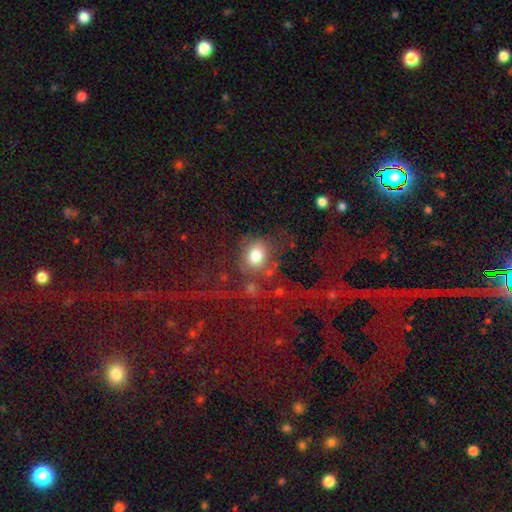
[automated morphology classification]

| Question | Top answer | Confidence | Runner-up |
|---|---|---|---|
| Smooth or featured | smooth | 66% | featured or disk (18%) |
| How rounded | round | 60% | in between (38%) |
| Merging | none | 46% | major disturbance (26%) |